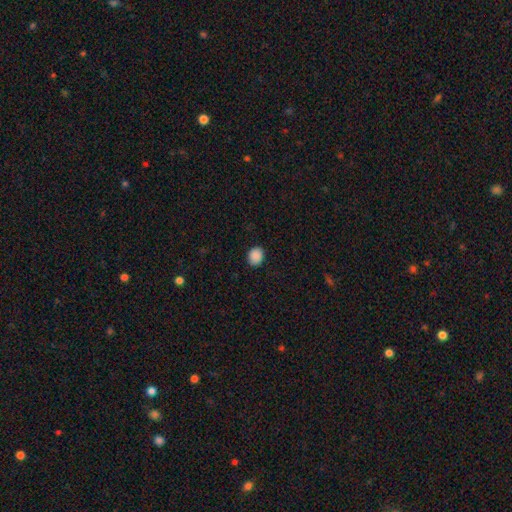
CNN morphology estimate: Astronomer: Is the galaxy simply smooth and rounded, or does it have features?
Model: smooth — 89%.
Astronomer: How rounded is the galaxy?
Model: round — 55% (runner-up: in between, 44%).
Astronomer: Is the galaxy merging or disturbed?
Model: none — 89%.